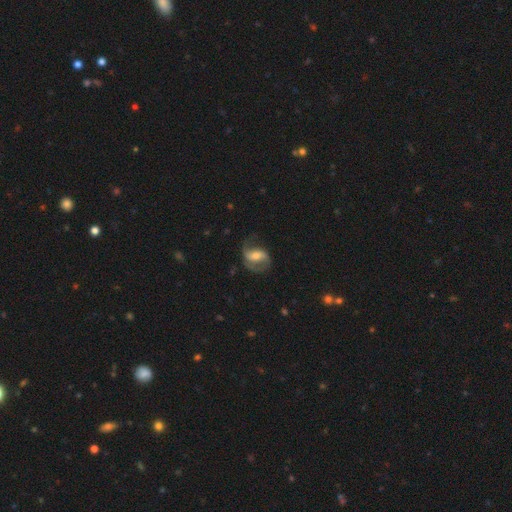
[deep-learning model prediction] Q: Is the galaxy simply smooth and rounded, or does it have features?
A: featured or disk — 71%.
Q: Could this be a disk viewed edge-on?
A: no — 96%.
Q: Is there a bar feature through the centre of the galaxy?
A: weak — 39%.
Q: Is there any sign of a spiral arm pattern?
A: yes — 88%.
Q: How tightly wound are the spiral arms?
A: medium — 46%.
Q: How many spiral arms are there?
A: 2 — 80%.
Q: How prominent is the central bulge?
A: moderate — 51%.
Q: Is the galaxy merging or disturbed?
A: none — 57%.